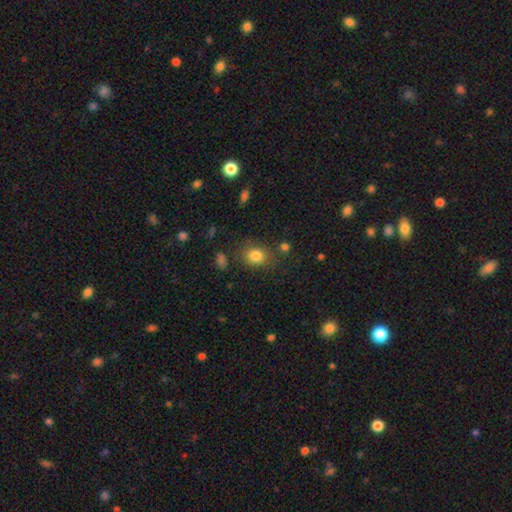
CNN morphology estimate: The model was most divided on "how rounded": round: 58%, in between: 41%, cigar-shaped: 1%. More confident: smooth or featured — smooth (82%); merging — none (77%).